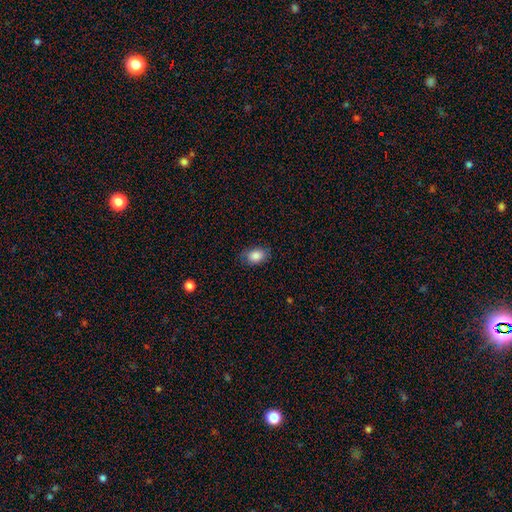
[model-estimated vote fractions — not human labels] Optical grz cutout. It shows a smooth galaxy with no disk features (86%) that is in between round and cigar-shaped (82%). Merging: none (79%).